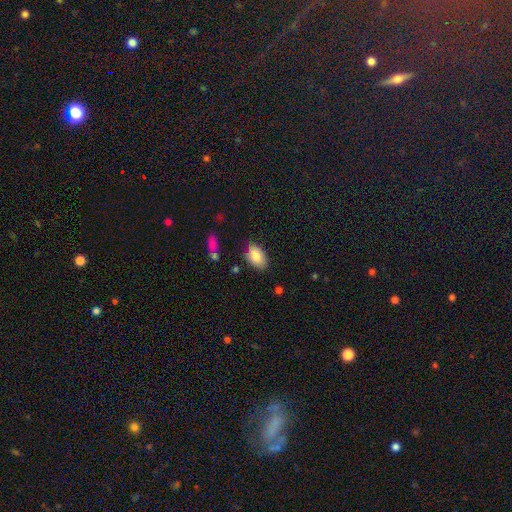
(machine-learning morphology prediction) The model was most divided on "merging": none: 78%, minor disturbance: 17%, major disturbance: 3%, merger: 2%. More confident: how rounded — in between (91%); smooth or featured — smooth (82%).